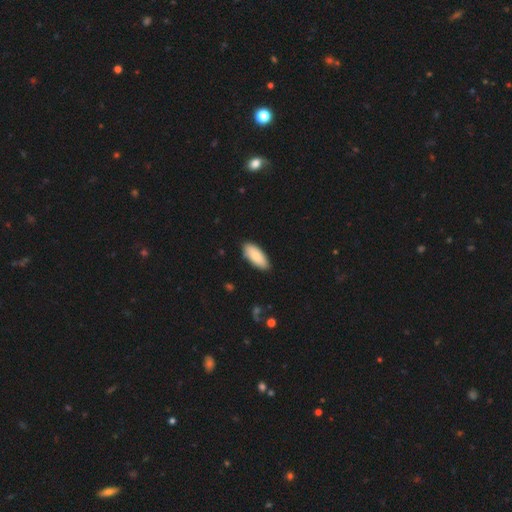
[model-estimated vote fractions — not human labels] smooth-or-featured: smooth: 83% | featured or disk: 12% | star or artifact: 5%
  how-rounded: in between: 85% | cigar-shaped: 14% | round: 2%
  merging: none: 87% | minor disturbance: 10% | major disturbance: 2% | merger: 1%